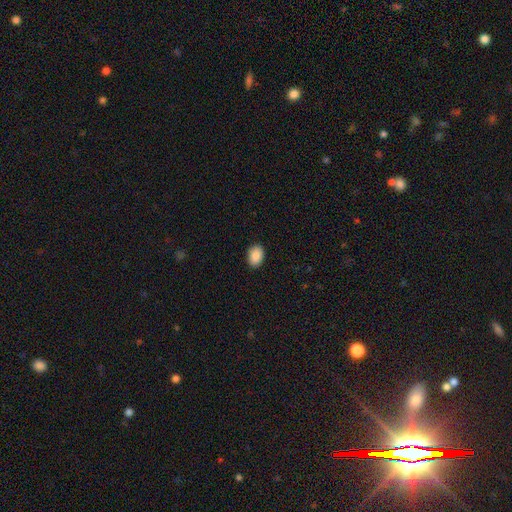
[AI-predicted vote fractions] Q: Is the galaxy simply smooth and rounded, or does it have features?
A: smooth — 89%.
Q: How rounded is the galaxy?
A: in between — 81%.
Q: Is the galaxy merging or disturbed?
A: none — 90%.